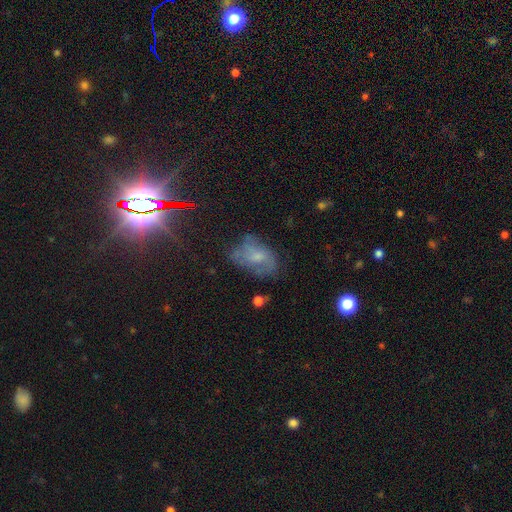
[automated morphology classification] A featured or disk galaxy (43%). Merging: none (52%).